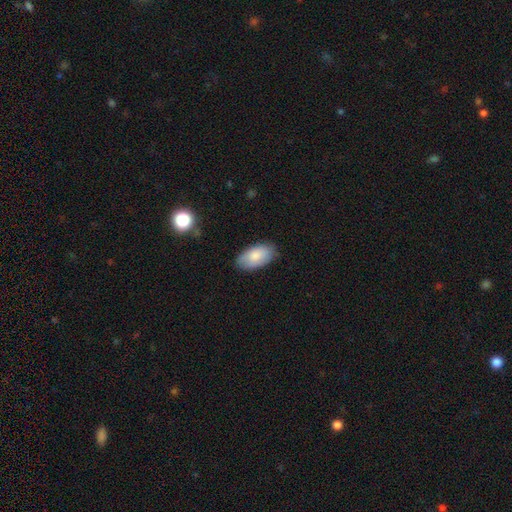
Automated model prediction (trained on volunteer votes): smooth-or-featured: smooth: 80% | featured or disk: 14% | star or artifact: 6%
  how-rounded: in between: 95% | round: 3% | cigar-shaped: 2%
  merging: none: 82% | minor disturbance: 15% | major disturbance: 3% | merger: 1%